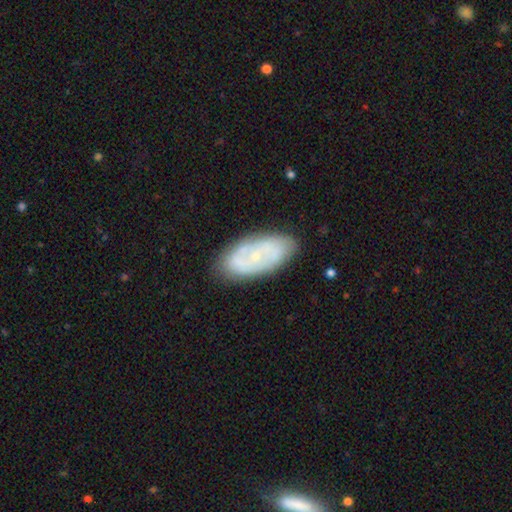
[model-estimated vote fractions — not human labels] Overall: featured or disk (61%; smooth 32%). Edge-on disk: no (92%). Bar: no (70%). Spiral arms: yes (65%; no 35%). Bulge size: small (74%). Merging: none (80%).